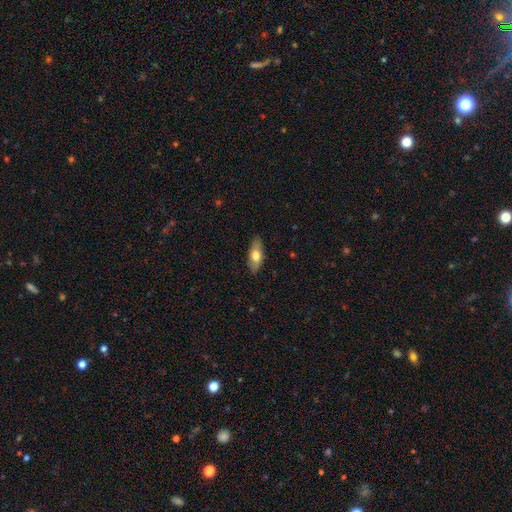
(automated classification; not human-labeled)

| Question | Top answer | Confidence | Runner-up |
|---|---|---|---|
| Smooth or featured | smooth | 68% | featured or disk (26%) |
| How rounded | in between | 79% | cigar-shaped (18%) |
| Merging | none | 85% | minor disturbance (12%) |